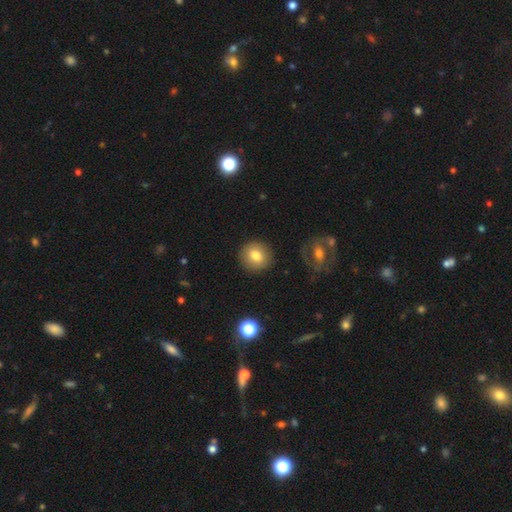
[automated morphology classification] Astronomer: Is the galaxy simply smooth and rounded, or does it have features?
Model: smooth — 79%.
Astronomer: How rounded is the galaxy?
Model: round — 88%.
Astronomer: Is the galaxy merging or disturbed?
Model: none — 90%.